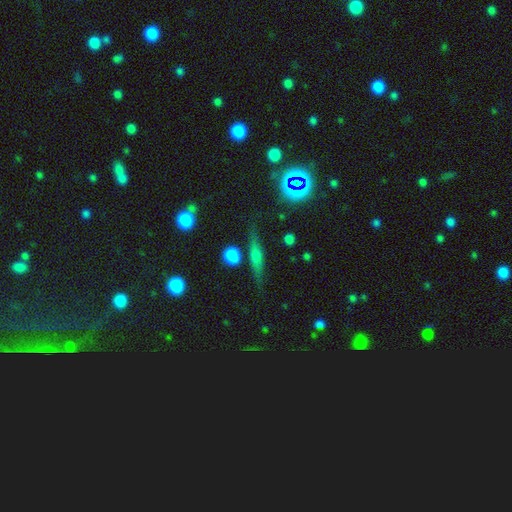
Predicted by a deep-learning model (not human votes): Smooth or featured: featured or disk — 52% (smooth — 36%)
Edge-on disk: yes — 91% (no — 9%)
Merging: none — 78% (minor disturbance — 13%)